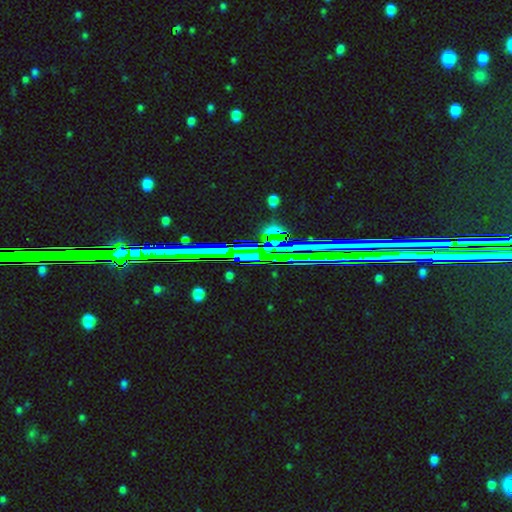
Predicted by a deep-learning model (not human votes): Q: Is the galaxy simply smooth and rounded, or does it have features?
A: star or artifact — 78%.